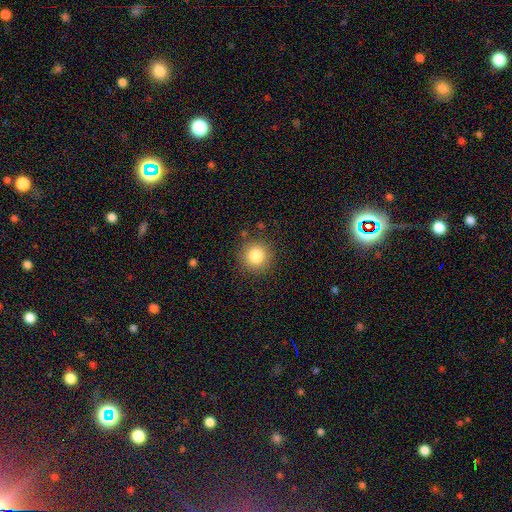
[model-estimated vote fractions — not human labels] Q: Smooth or featured?
A: smooth (84%); runner-up: star or artifact (10%)
Q: How rounded?
A: round (94%); runner-up: in between (5%)
Q: Merging?
A: none (88%); runner-up: minor disturbance (8%)